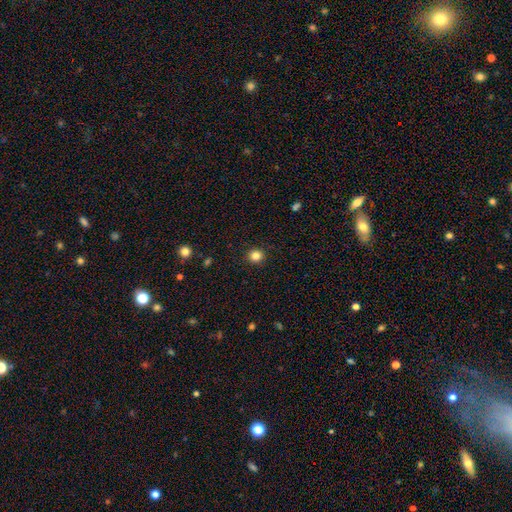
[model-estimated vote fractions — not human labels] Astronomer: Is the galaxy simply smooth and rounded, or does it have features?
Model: smooth — 84%.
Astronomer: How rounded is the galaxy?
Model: round — 91%.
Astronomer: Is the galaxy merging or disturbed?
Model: none — 92%.